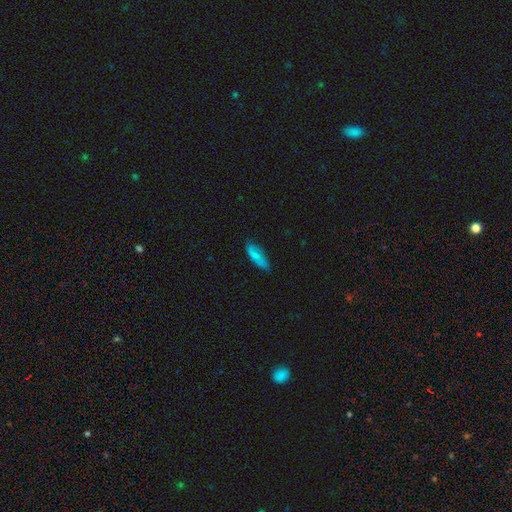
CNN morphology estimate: Smooth or featured?
  - smooth: 71% *
  - featured or disk: 22%
  - star or artifact: 7%
How rounded?
  - in between: 60% *
  - cigar-shaped: 37%
  - round: 2%
Merging?
  - none: 72% *
  - minor disturbance: 22%
  - major disturbance: 4%
  - merger: 2%